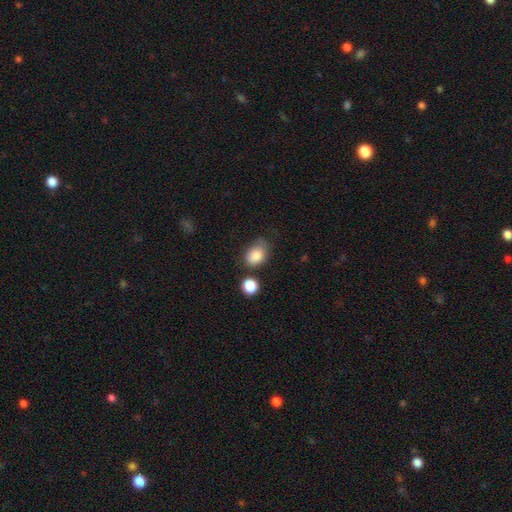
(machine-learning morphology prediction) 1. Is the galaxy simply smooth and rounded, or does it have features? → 85% smooth, 9% star or artifact, 6% featured or disk.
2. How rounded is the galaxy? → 73% in between, 26% round, 1% cigar-shaped.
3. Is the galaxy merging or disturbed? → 55% none, 28% minor disturbance, 9% merger, 8% major disturbance.